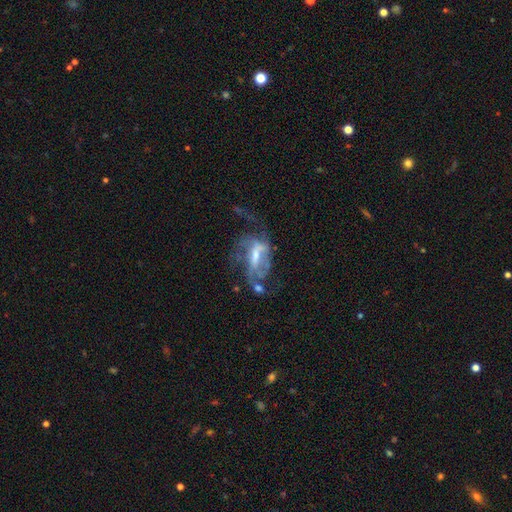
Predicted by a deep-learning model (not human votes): A featured or disk galaxy (72%) with a weak bar (42%), spiral arms (67%) and a moderate central bulge (45%). Merging: major disturbance (42%).